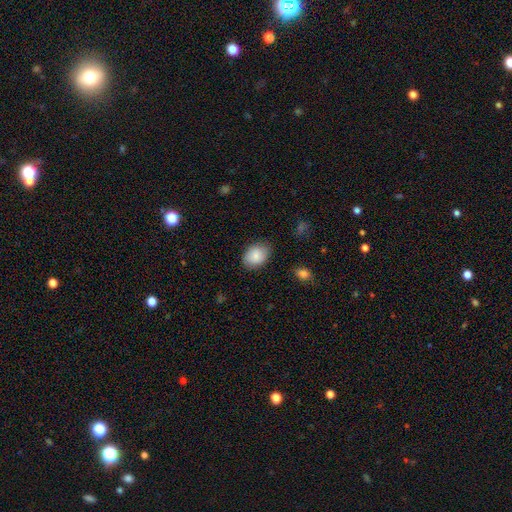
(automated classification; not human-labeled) smooth 85%, featured or disk 9%, star or artifact 7%. Down the decision tree: how rounded — in between (75%); merging — none (82%).